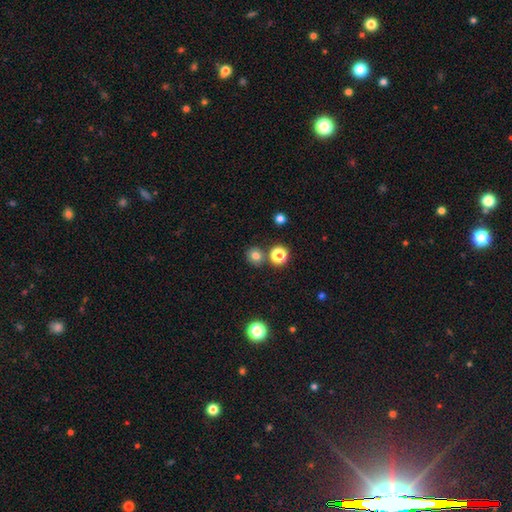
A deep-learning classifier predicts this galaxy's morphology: Smooth or featured? Predicted: smooth (p=0.76). How rounded? Predicted: round (p=0.85). Merging? Predicted: none (p=0.78).